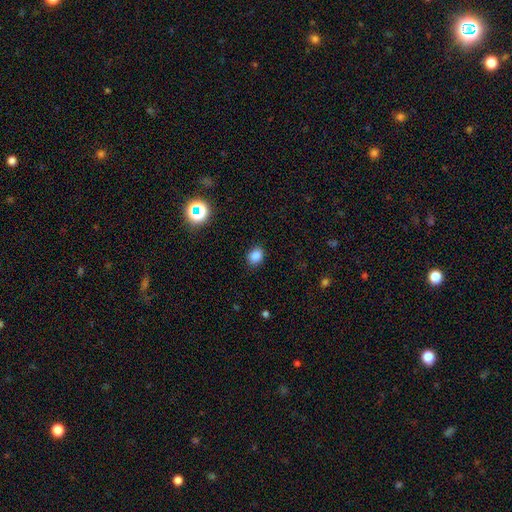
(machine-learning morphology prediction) A smooth galaxy with no disk features (84%) that is round (50%). Merging: none (88%).